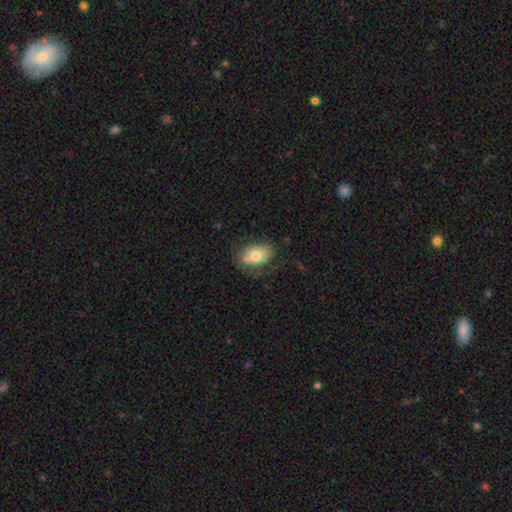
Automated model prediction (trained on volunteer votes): This is likely a smooth galaxy (72%). How rounded: clearly in between (86%). Merging: possibly none (59%).